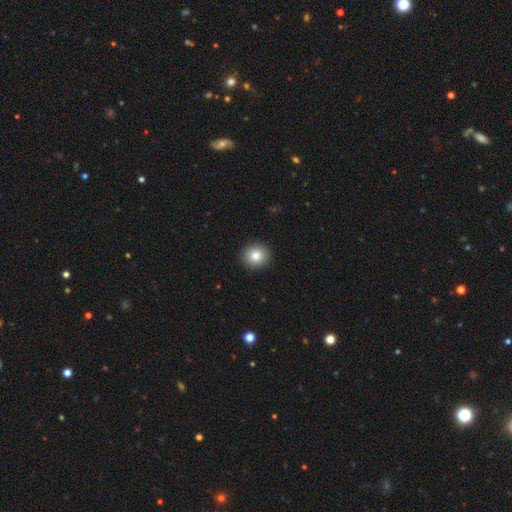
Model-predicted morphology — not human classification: Overall: smooth (82%). How rounded: round (88%). Merging: none (92%).